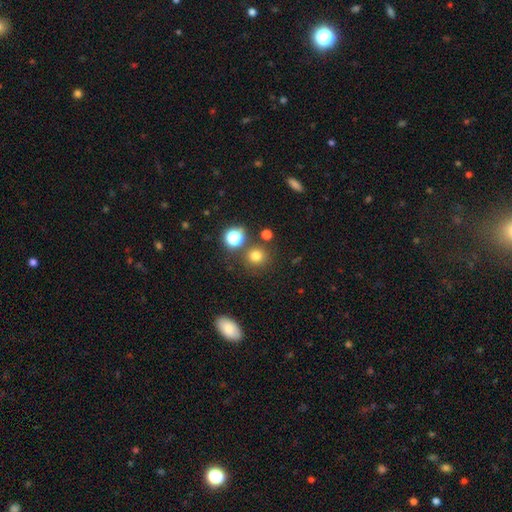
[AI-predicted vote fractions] smooth 74%, star or artifact 19%, featured or disk 6%. Down the decision tree: how rounded — round (90%); merging — none (81%).